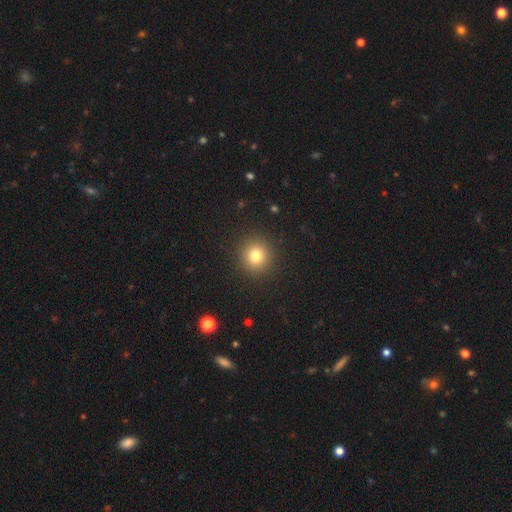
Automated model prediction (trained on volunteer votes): smooth-or-featured: smooth: 79% | star or artifact: 14% | featured or disk: 7%
  how-rounded: round: 92% | in between: 7% | cigar-shaped: 1%
  merging: none: 91% | minor disturbance: 5% | major disturbance: 2% | merger: 1%